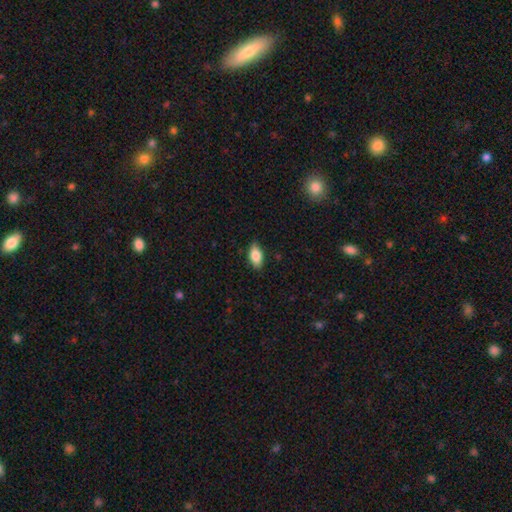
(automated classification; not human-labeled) Smooth or featured: smooth — 83% (featured or disk — 10%)
How rounded: in between — 90% (cigar-shaped — 6%)
Merging: none — 86% (minor disturbance — 11%)